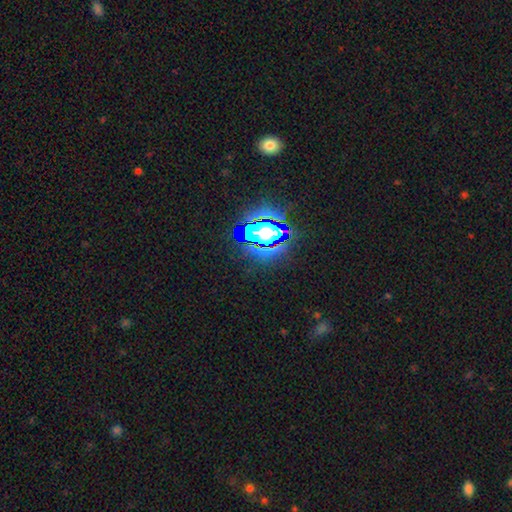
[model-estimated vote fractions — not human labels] Q: Smooth or featured?
A: star or artifact (82%); runner-up: smooth (11%)